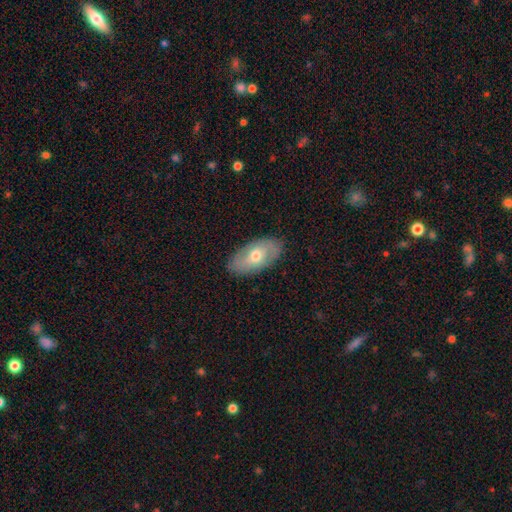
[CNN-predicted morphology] A smooth galaxy with no disk features (51%) that is in between round and cigar-shaped (92%).

Vote fractions:
- Smooth or featured? smooth: 51% / featured or disk: 43% / star or artifact: 6%
- How rounded? in between: 92% / round: 4% / cigar-shaped: 3%
- Merging? none: 85% / minor disturbance: 11% / major disturbance: 3% / merger: 1%